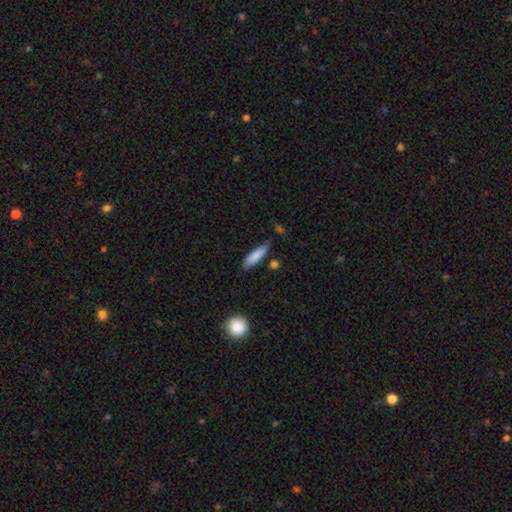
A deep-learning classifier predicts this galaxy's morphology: Smooth or featured: smooth — 83% (featured or disk — 11%)
How rounded: cigar-shaped — 74% (in between — 25%)
Merging: none — 75% (minor disturbance — 18%)